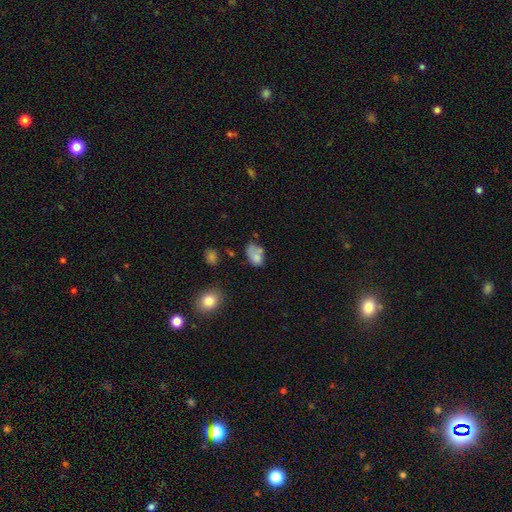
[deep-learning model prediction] Q: Smooth or featured?
A: smooth (72%); runner-up: featured or disk (17%)
Q: How rounded?
A: in between (81%); runner-up: round (17%)
Q: Merging?
A: none (33%); runner-up: minor disturbance (26%)